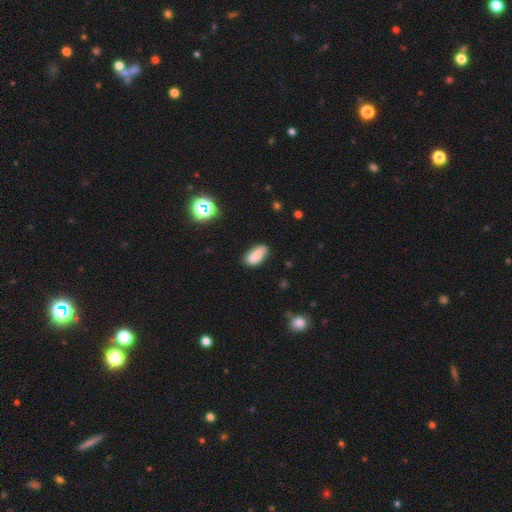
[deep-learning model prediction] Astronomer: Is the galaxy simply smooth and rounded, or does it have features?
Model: smooth — 84%.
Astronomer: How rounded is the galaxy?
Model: in between — 87%.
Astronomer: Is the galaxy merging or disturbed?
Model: none — 76%.